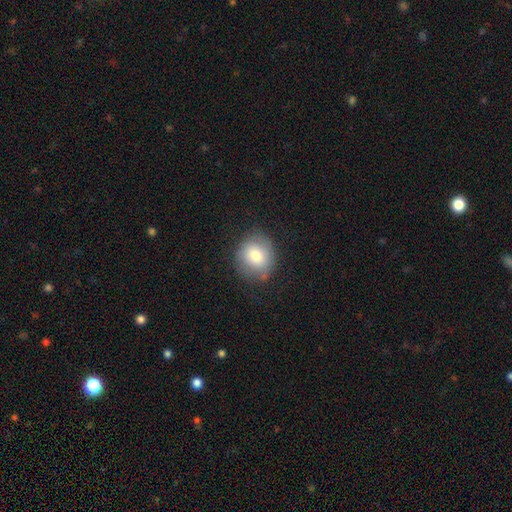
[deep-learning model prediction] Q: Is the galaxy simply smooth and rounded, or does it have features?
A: smooth — 76%.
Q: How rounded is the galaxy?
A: round — 75%.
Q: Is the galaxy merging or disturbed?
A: none — 76%.